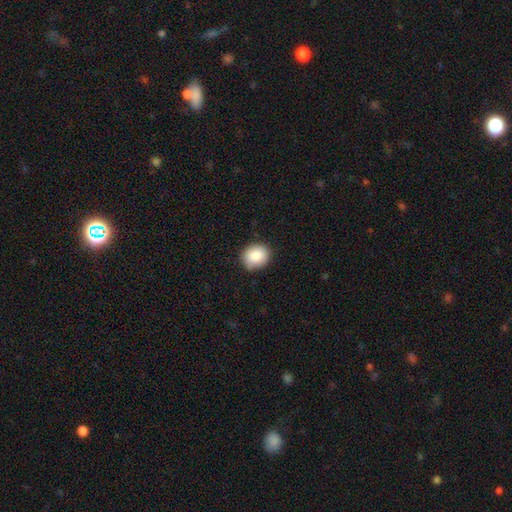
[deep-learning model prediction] smooth-or-featured: smooth: 86% | star or artifact: 8% | featured or disk: 6%
  how-rounded: round: 65% | in between: 34% | cigar-shaped: 1%
  merging: none: 85% | minor disturbance: 11% | major disturbance: 2% | merger: 1%